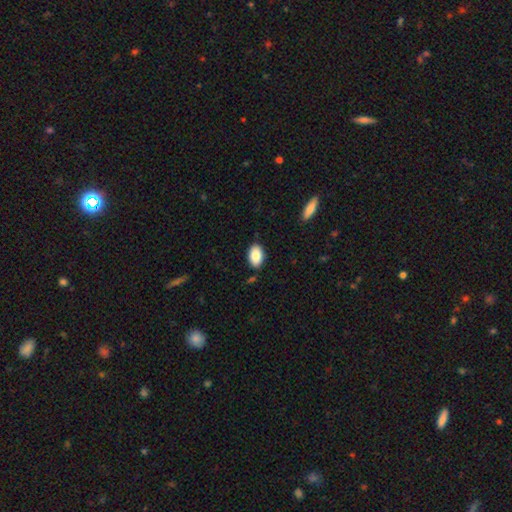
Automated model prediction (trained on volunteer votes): Smooth or featured? smooth (87%)
How rounded? in between (92%)
Merging? none (86%)